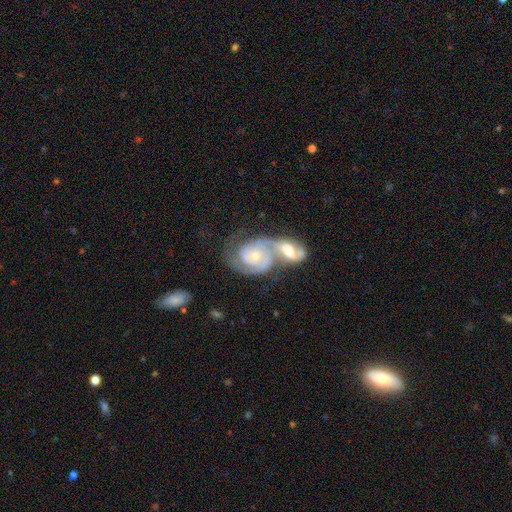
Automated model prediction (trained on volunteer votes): Smooth or featured? Predicted: featured or disk (p=0.88). Edge-on disk? Predicted: no (p=0.97). Bar? Predicted: no (p=0.65). Spiral arms? Predicted: yes (p=0.97). Spiral winding? Predicted: tight (p=0.55). Spiral arm count? Predicted: 2 (p=0.77). Bulge size? Predicted: small (p=0.49). Merging? Predicted: merger (p=0.67).